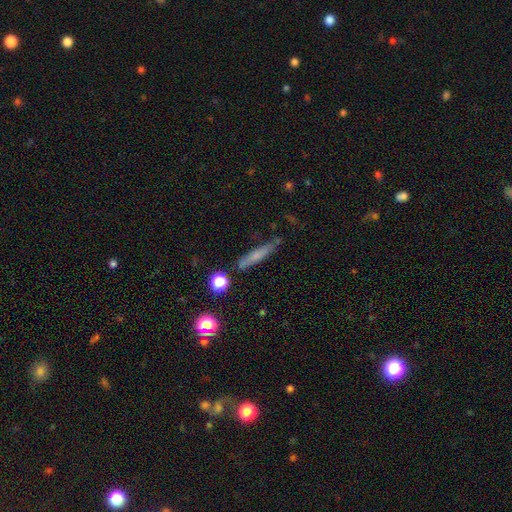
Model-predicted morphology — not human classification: Smooth or featured? Predicted: smooth (p=0.58). How rounded? Predicted: cigar-shaped (p=0.88). Merging? Predicted: none (p=0.77).